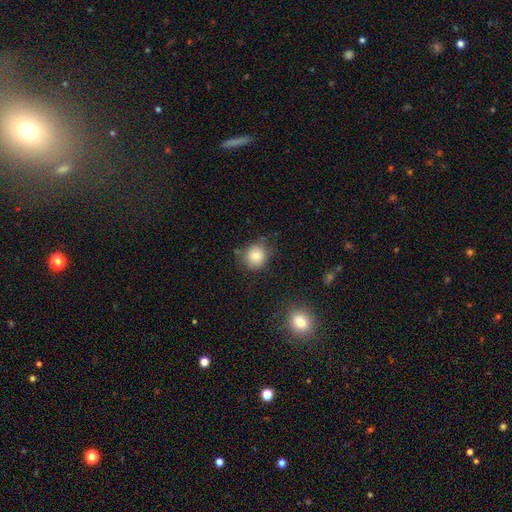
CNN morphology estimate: Smooth or featured?
  - smooth: 82% *
  - star or artifact: 10%
  - featured or disk: 8%
How rounded?
  - round: 81% *
  - in between: 18%
  - cigar-shaped: 1%
Merging?
  - none: 72% *
  - minor disturbance: 19%
  - merger: 5%
  - major disturbance: 5%